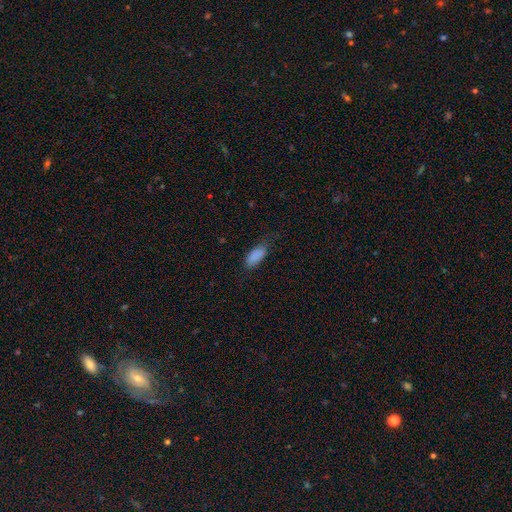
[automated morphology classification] Smooth or featured?
  - smooth: 87% *
  - star or artifact: 8%
  - featured or disk: 6%
How rounded?
  - in between: 87% *
  - cigar-shaped: 11%
  - round: 2%
Merging?
  - none: 64% *
  - minor disturbance: 26%
  - major disturbance: 8%
  - merger: 2%